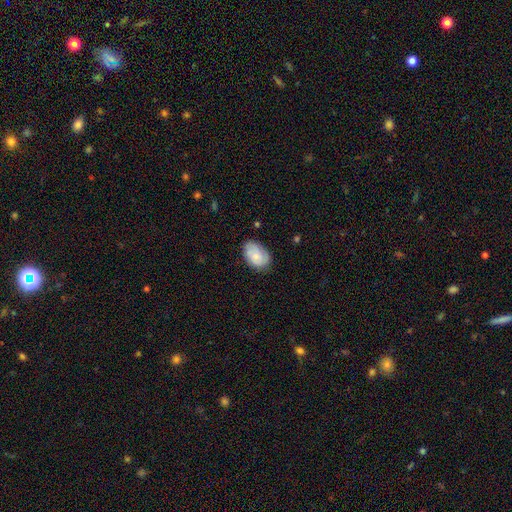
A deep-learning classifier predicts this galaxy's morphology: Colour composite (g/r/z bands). It shows a smooth galaxy with no disk features (65%) that is in between round and cigar-shaped (86%). Merging: none (69%).